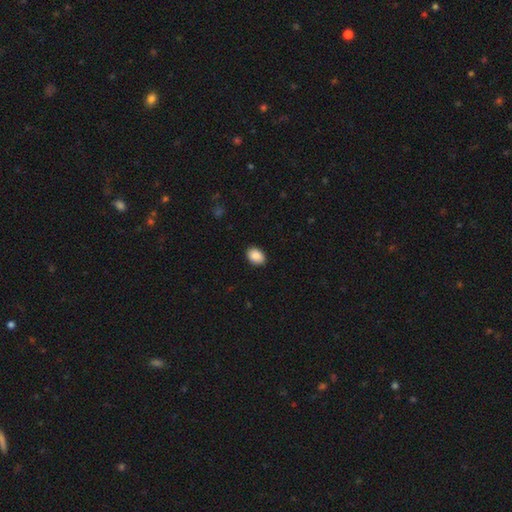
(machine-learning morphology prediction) smooth-or-featured: smooth: 90% | star or artifact: 7% | featured or disk: 3%
  how-rounded: in between: 81% | round: 18% | cigar-shaped: 1%
  merging: none: 89% | minor disturbance: 9% | major disturbance: 2% | merger: 1%